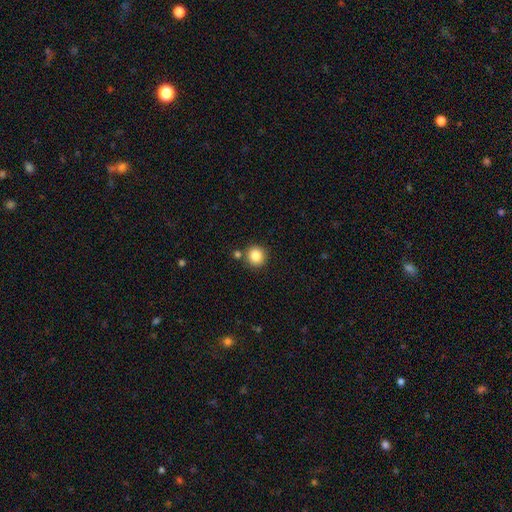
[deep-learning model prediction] smooth_or_featured: smooth (p=0.84) [alt: star or artifact p=0.10]
how_rounded: round (p=0.92) [alt: in between p=0.07]
merging: none (p=0.82) [alt: merger p=0.08]